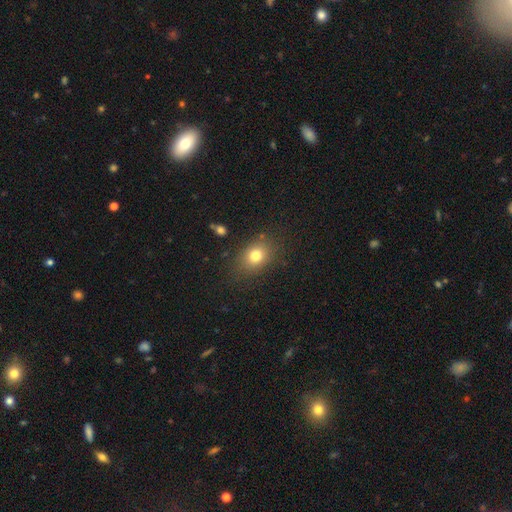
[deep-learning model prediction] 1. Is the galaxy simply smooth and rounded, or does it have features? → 78% smooth, 12% star or artifact, 10% featured or disk.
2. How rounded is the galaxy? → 60% in between, 38% round, 1% cigar-shaped.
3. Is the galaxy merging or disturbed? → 80% none, 13% minor disturbance, 5% major disturbance, 2% merger.